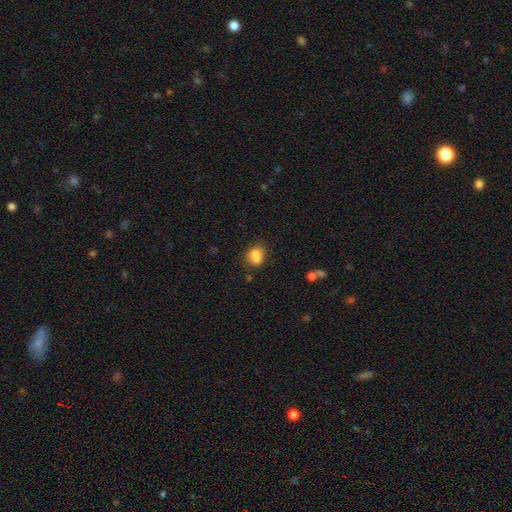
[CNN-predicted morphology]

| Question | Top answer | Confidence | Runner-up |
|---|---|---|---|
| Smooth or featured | smooth | 80% | star or artifact (11%) |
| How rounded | round | 54% | in between (45%) |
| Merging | none | 53% | merger (22%) |